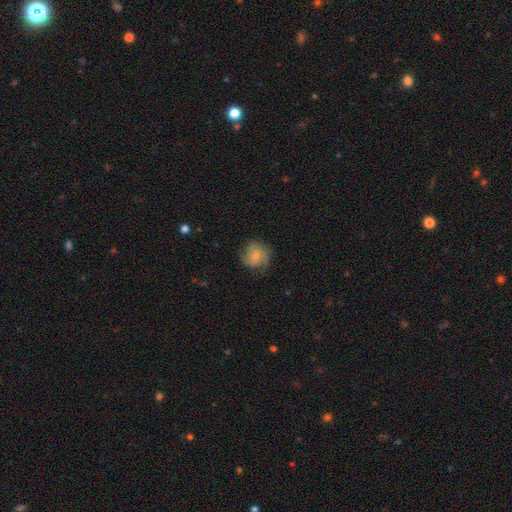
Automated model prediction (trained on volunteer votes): Morphology: type=featured or disk (51%); edge-on=no (98%); merging=none (72%).